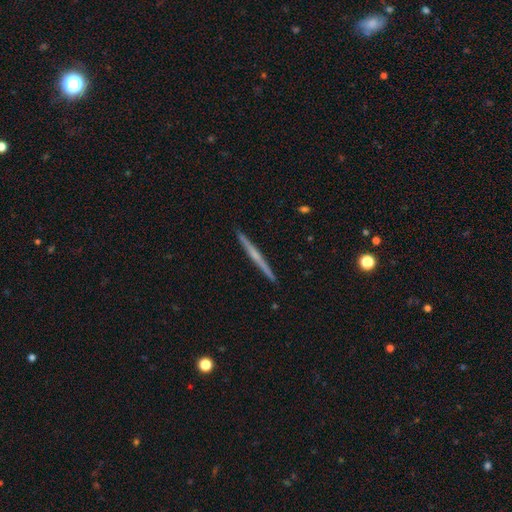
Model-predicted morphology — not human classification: Q: Smooth or featured?
A: featured or disk (69%); runner-up: smooth (26%)
Q: Edge-on disk?
A: yes (98%); runner-up: no (2%)
Q: Edge-on bulge?
A: rounded (47%); runner-up: none (46%)
Q: Merging?
A: none (93%); runner-up: minor disturbance (5%)